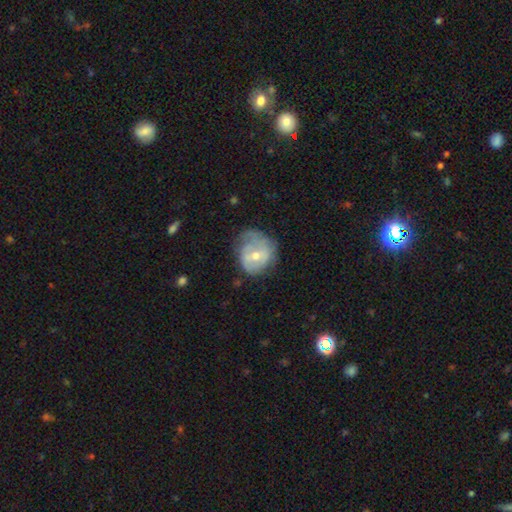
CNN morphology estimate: Smooth or featured: featured or disk — 61% (smooth — 31%)
Edge-on disk: no — 97% (yes — 3%)
Bar: no — 51% (weak — 38%)
Spiral arms: yes — 71% (no — 29%)
Bulge size: moderate — 52% (small — 44%)
Merging: none — 47% (minor disturbance — 32%)